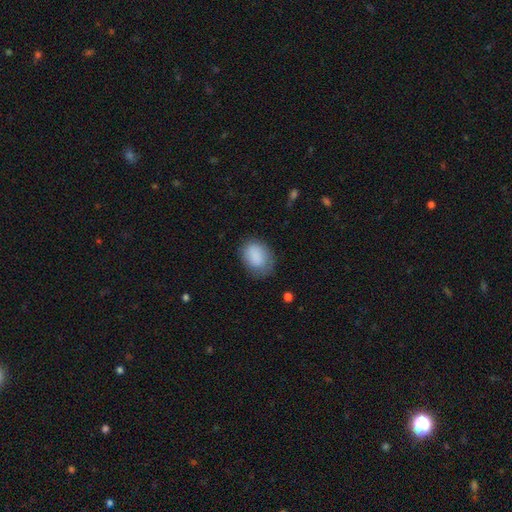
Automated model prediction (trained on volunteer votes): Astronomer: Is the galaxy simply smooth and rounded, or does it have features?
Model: smooth — 86%.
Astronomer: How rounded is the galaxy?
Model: in between — 65%.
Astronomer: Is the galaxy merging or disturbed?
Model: none — 67%.